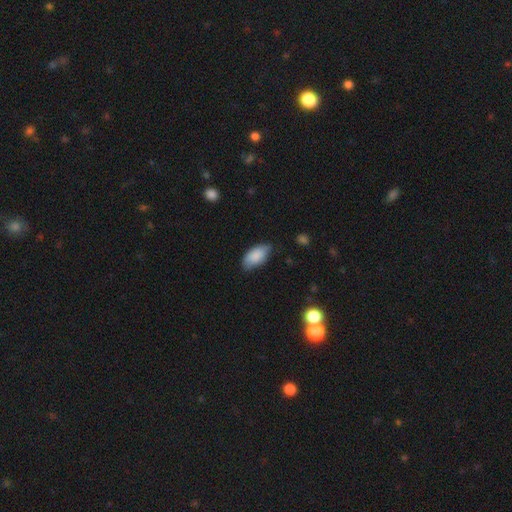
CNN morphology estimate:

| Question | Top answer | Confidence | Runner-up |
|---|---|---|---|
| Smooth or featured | smooth | 87% | featured or disk (7%) |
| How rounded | in between | 93% | cigar-shaped (4%) |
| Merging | none | 70% | minor disturbance (24%) |